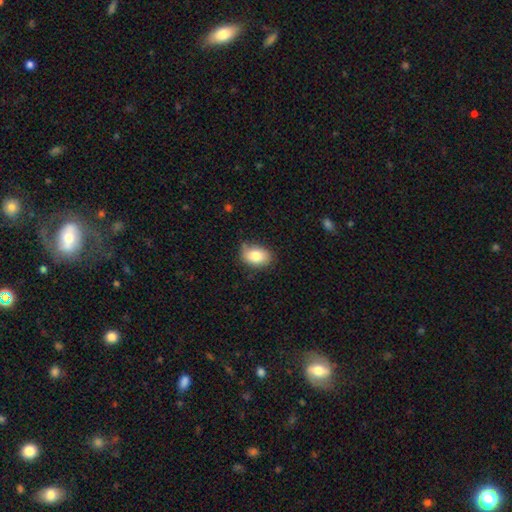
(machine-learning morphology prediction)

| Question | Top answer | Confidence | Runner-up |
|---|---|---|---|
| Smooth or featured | smooth | 82% | featured or disk (10%) |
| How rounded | in between | 83% | round (16%) |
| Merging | none | 70% | minor disturbance (23%) |